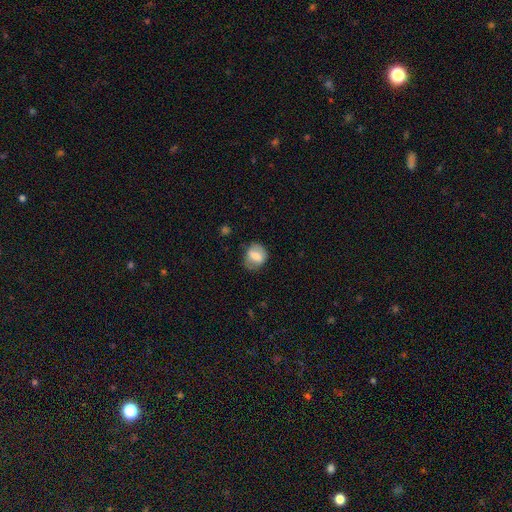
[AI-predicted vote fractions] Morphology: type=smooth (69%); roundness=round (52%); merging=none (67%).